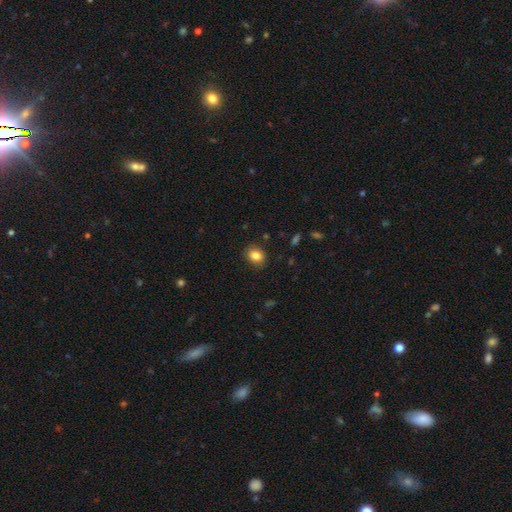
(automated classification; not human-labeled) Overall: smooth (84%). How rounded: round (58%; in between 41%). Merging: none (87%).